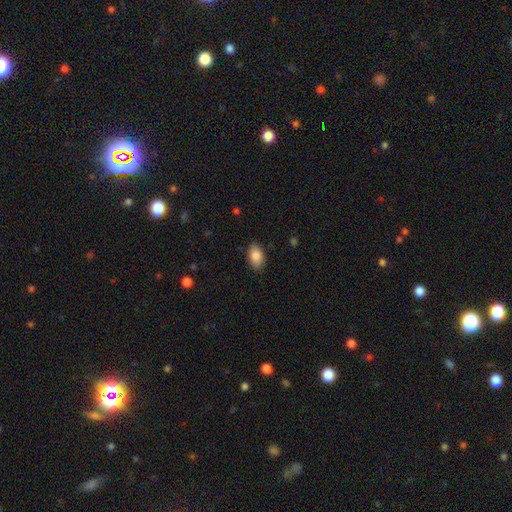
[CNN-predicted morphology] A smooth galaxy with no disk features (87%) that is in between round and cigar-shaped (92%). Merging: none (87%).